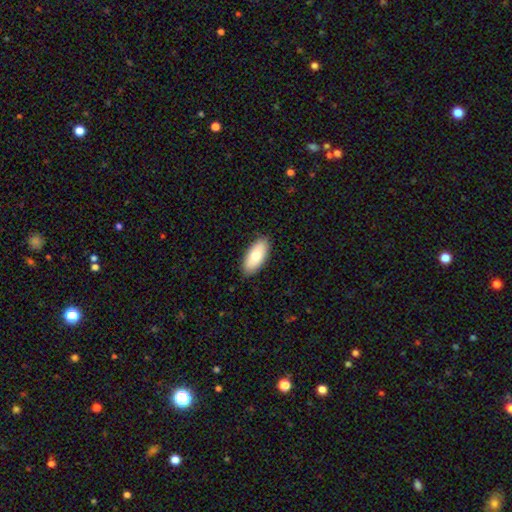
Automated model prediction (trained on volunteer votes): The model was most divided on "smooth or featured": smooth: 78%, featured or disk: 16%, star or artifact: 6%. More confident: how rounded — in between (88%); merging — none (88%).